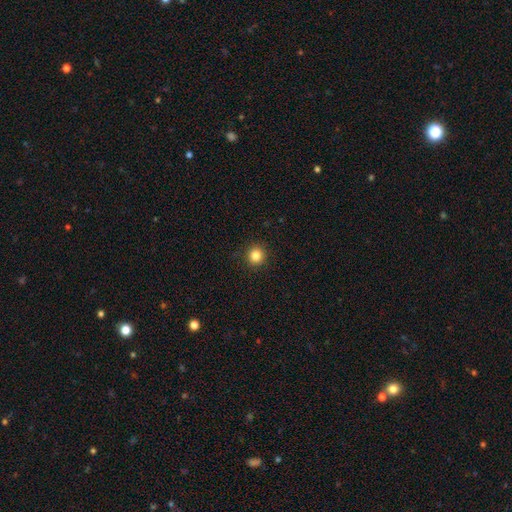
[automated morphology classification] Smooth or featured? smooth (84%)
How rounded? round (94%)
Merging? none (92%)